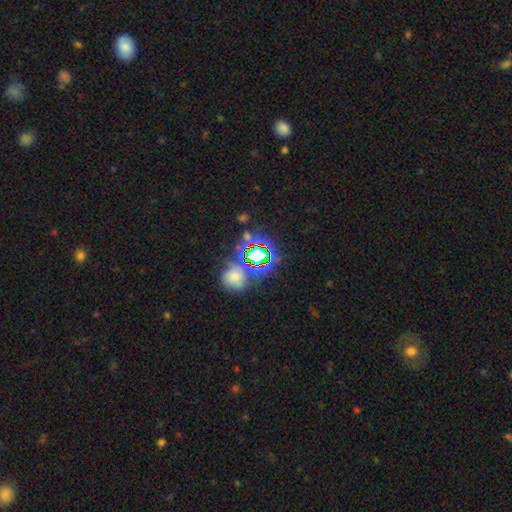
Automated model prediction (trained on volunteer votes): Q: Smooth or featured?
A: star or artifact (68%); runner-up: smooth (22%)